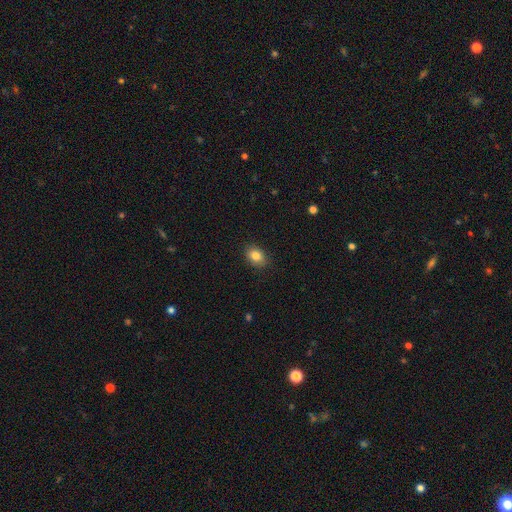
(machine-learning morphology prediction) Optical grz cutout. It shows a smooth galaxy with no disk features (84%) that is in between round and cigar-shaped (72%). Merging: none (88%).